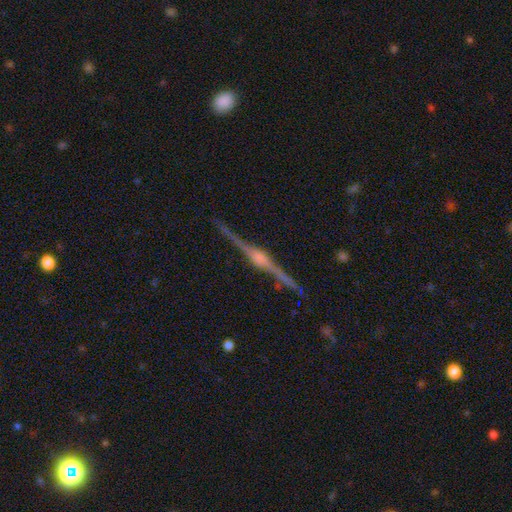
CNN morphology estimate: This is clearly a featured or disk galaxy (90%). It is clearly viewed edge-on (98%). Edge-on bulge: clearly rounded (85%). Merging: clearly none (89%).